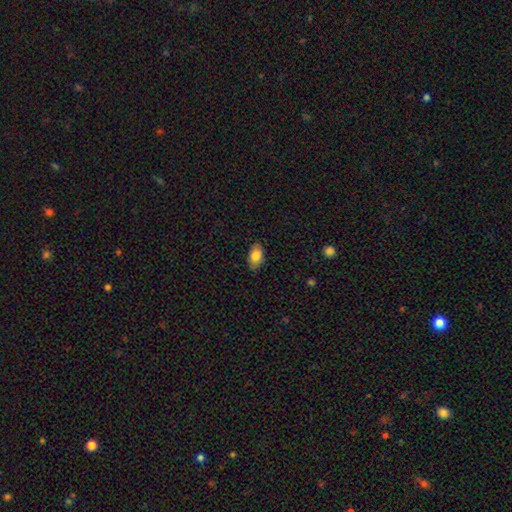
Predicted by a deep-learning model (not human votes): A smooth galaxy with no disk features (83%) that is in between round and cigar-shaped (90%). Merging: none (84%).